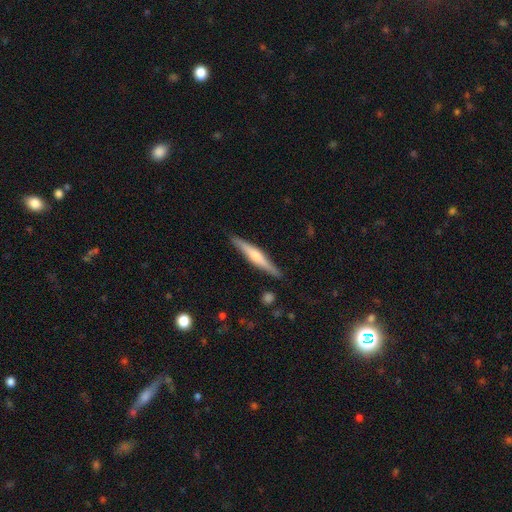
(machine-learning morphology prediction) Smooth or featured?
  - featured or disk: 60% *
  - smooth: 34%
  - star or artifact: 6%
Edge-on disk?
  - yes: 97% *
  - no: 3%
Edge-on bulge?
  - rounded: 79% *
  - boxy: 11%
  - none: 10%
Merging?
  - none: 89% *
  - minor disturbance: 8%
  - major disturbance: 2%
  - merger: 1%